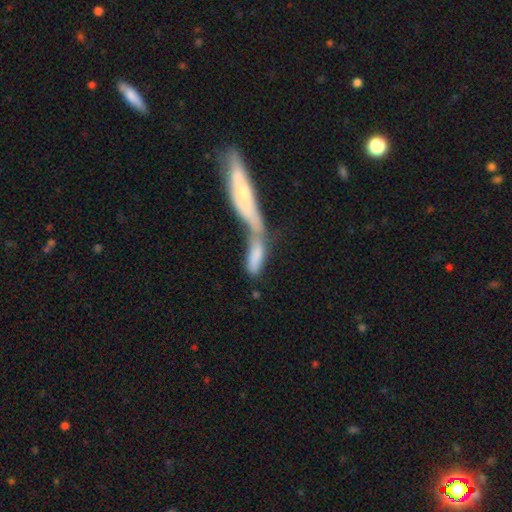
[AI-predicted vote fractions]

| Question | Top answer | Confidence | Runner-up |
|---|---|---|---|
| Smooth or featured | smooth | 72% | featured or disk (20%) |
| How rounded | cigar-shaped | 51% | in between (46%) |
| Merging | merger | 66% | none (19%) |